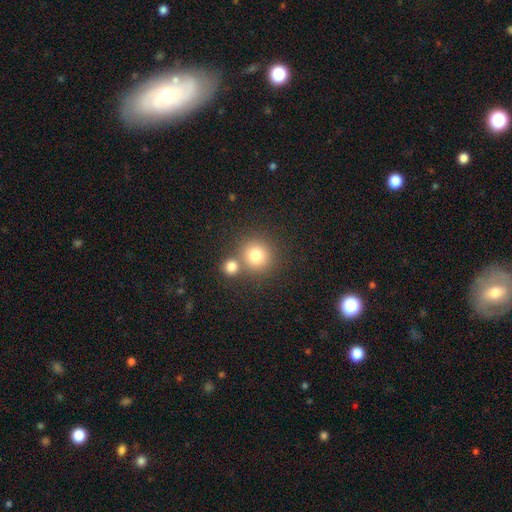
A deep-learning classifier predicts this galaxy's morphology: smooth 78%, star or artifact 13%, featured or disk 10%. Down the decision tree: how rounded — round (92%); merging — none (66%).